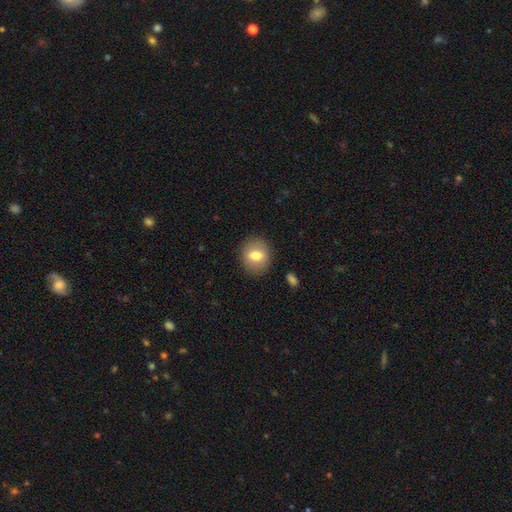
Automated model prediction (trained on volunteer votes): smooth-or-featured: smooth: 74% | featured or disk: 18% | star or artifact: 8%
  how-rounded: round: 59% | in between: 39% | cigar-shaped: 1%
  merging: none: 86% | minor disturbance: 9% | major disturbance: 3% | merger: 1%